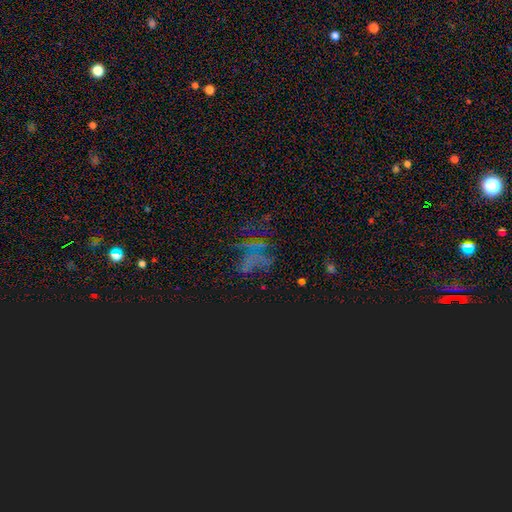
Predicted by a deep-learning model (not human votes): smooth_or_featured: star or artifact (p=0.67) [alt: featured or disk p=0.17]